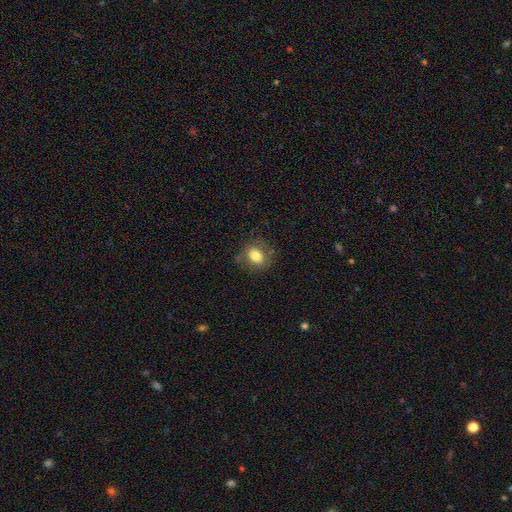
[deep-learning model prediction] Q: Smooth or featured?
A: smooth (80%); runner-up: featured or disk (11%)
Q: How rounded?
A: in between (62%); runner-up: round (37%)
Q: Merging?
A: none (74%); runner-up: minor disturbance (18%)